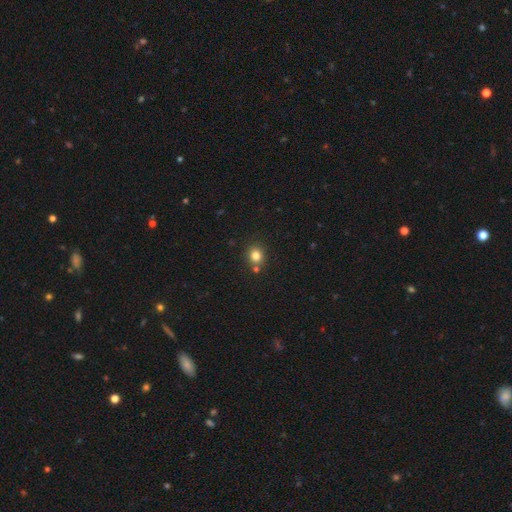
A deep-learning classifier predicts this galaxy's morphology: type=smooth (81%); roundness=round (82%); merging=none (76%).